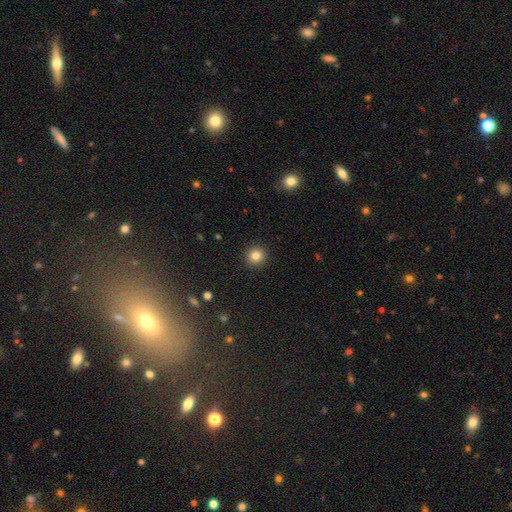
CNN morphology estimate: smooth 83%, star or artifact 11%, featured or disk 6%. Down the decision tree: how rounded — round (91%); merging — none (92%).